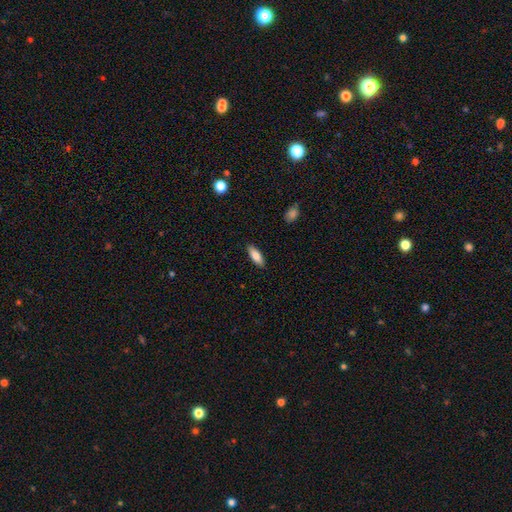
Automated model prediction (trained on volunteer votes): Overall: smooth (80%). How rounded: in between (66%; cigar-shaped 32%). Merging: none (89%).